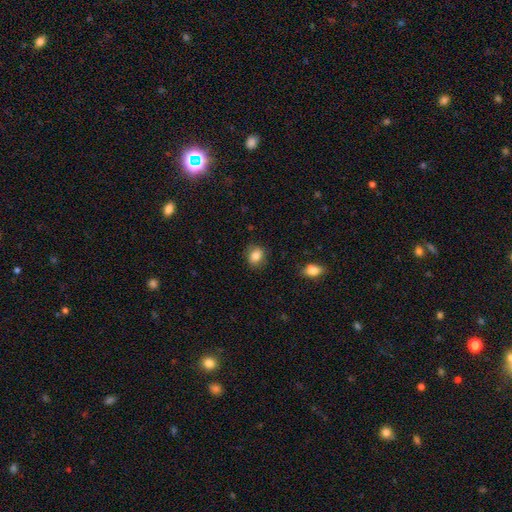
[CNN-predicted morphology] This appears to be a smooth galaxy with no disk features (84%) that is in between round and cigar-shaped (50%). Merging: none (84%).